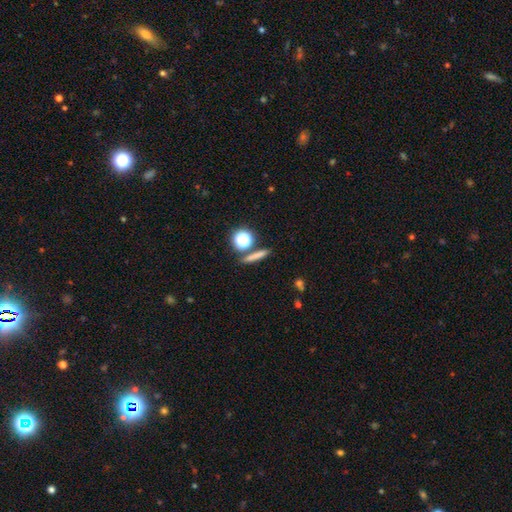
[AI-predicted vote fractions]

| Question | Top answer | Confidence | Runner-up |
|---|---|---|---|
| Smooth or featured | smooth | 71% | star or artifact (15%) |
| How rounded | cigar-shaped | 65% | round (22%) |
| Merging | none | 80% | merger (9%) |